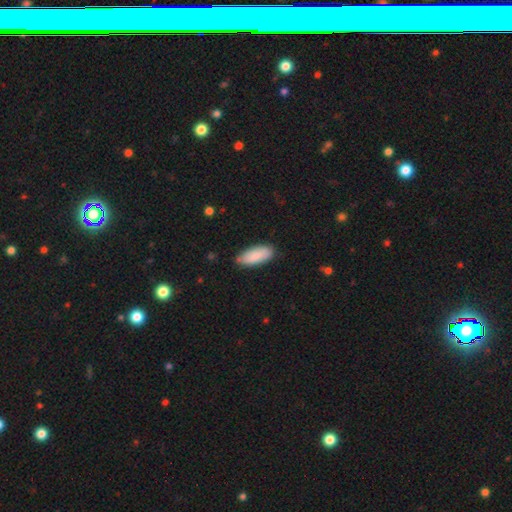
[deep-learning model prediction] Smooth or featured: smooth — 88% (featured or disk — 7%)
How rounded: in between — 81% (cigar-shaped — 17%)
Merging: none — 80% (minor disturbance — 16%)